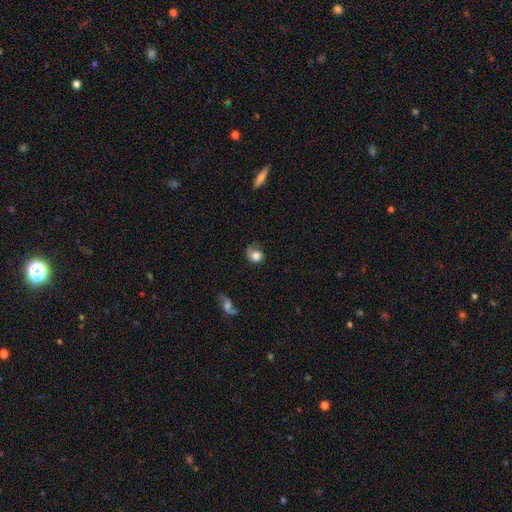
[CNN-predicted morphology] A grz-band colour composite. It shows a smooth galaxy with no disk features (68%) that is round (67%). Merging: none (42%).